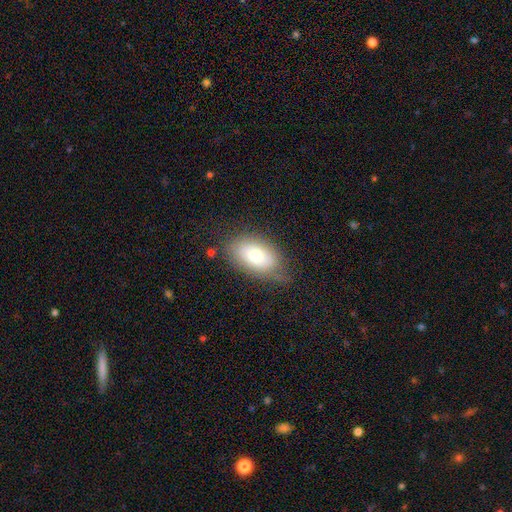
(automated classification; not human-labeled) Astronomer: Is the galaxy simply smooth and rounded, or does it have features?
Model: smooth — 72%.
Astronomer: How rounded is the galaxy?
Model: in between — 89%.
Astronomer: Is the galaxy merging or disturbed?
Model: none — 67%.